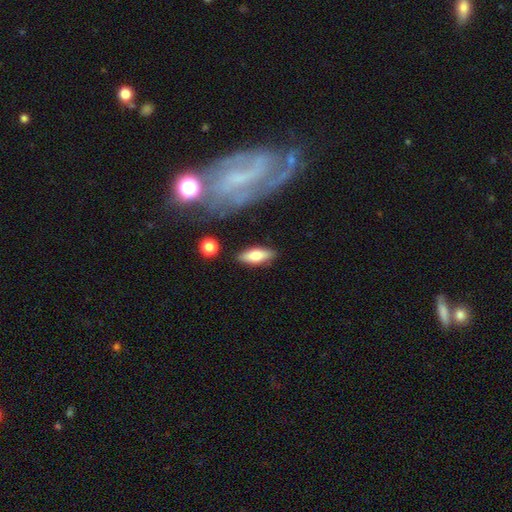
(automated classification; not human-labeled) smooth-or-featured: smooth: 70% | featured or disk: 24% | star or artifact: 6%
  how-rounded: in between: 68% | cigar-shaped: 29% | round: 3%
  merging: none: 84% | minor disturbance: 11% | merger: 3% | major disturbance: 3%